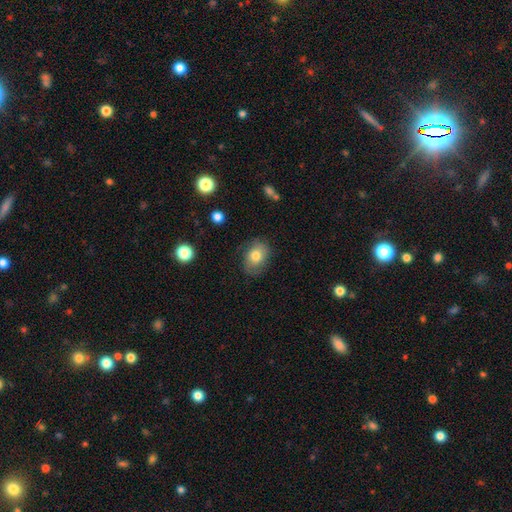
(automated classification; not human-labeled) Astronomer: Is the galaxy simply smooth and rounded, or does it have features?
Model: smooth — 65%.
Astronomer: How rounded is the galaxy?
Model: in between — 69%.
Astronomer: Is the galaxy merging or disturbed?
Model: none — 71%.